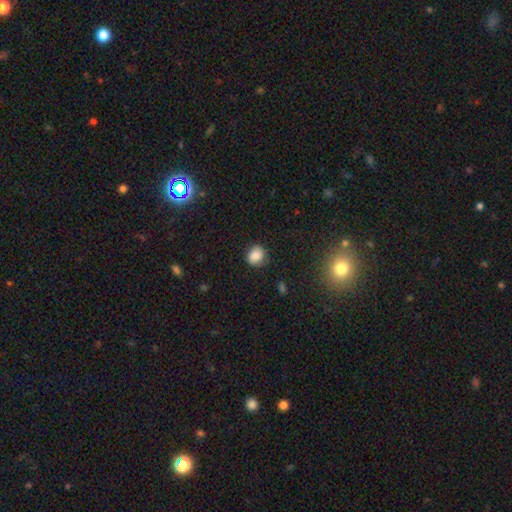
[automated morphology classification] The model was most divided on "how rounded": round: 73%, in between: 26%, cigar-shaped: 1%. More confident: smooth or featured — smooth (81%); merging — none (74%).